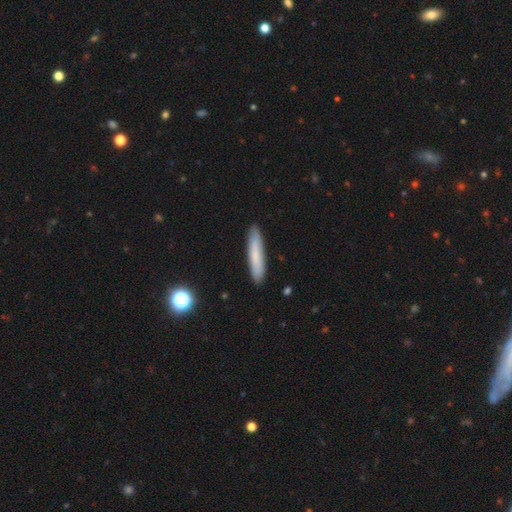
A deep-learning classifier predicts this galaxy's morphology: type=smooth (75%); roundness=cigar-shaped (90%); merging=none (89%).